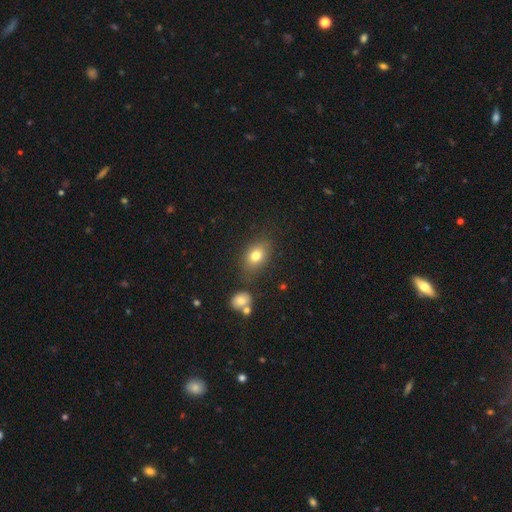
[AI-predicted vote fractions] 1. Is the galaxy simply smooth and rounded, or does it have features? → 77% smooth, 12% featured or disk, 11% star or artifact.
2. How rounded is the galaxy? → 75% in between, 23% round, 2% cigar-shaped.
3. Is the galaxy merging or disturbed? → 76% none, 14% minor disturbance, 6% merger, 4% major disturbance.